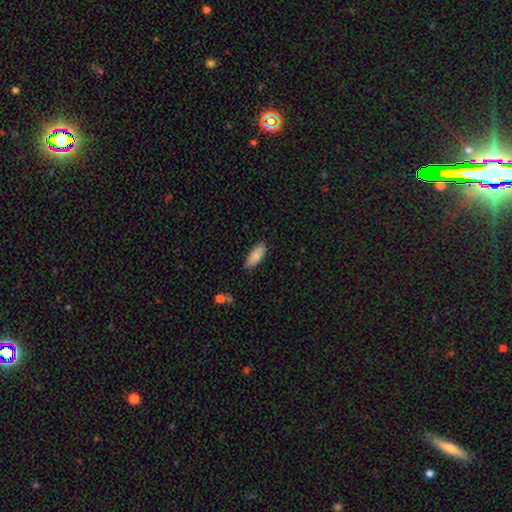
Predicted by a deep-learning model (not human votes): Smooth or featured?
  - smooth: 88% *
  - star or artifact: 6%
  - featured or disk: 6%
How rounded?
  - in between: 80% *
  - cigar-shaped: 18%
  - round: 2%
Merging?
  - none: 84% *
  - minor disturbance: 12%
  - major disturbance: 2%
  - merger: 1%